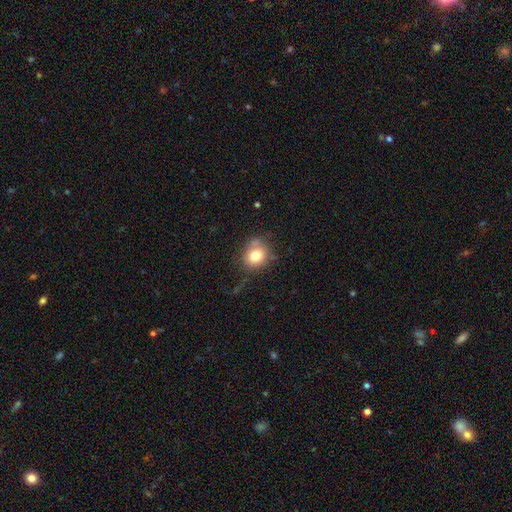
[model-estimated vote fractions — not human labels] Q: Smooth or featured?
A: smooth (77%); runner-up: featured or disk (12%)
Q: How rounded?
A: round (70%); runner-up: in between (29%)
Q: Merging?
A: none (66%); runner-up: minor disturbance (22%)